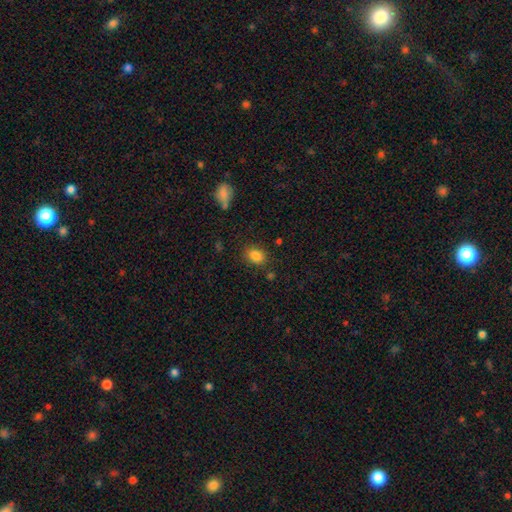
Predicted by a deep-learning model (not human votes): This appears to be a smooth galaxy with no disk features (84%) that is in between round and cigar-shaped (62%). Merging: none (81%).